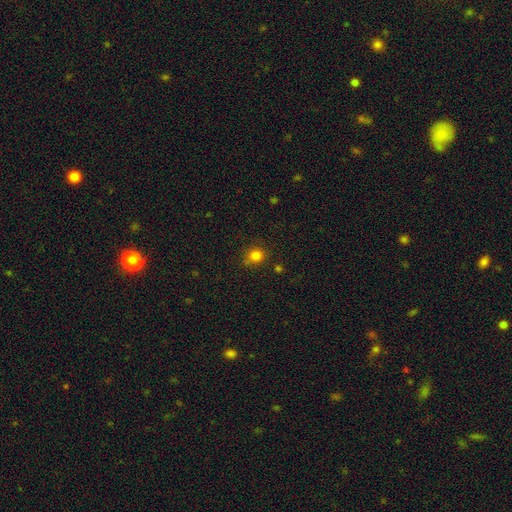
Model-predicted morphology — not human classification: Overall: smooth (81%). How rounded: round (77%). Merging: none (75%).